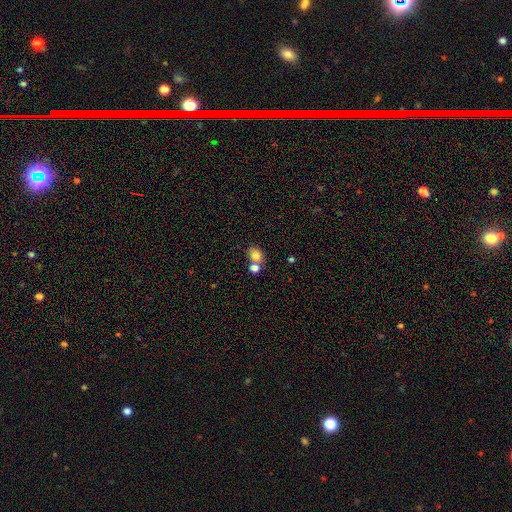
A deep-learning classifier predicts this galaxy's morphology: A smooth galaxy with no disk features (79%) that is round (57%). Merging: none (48%).